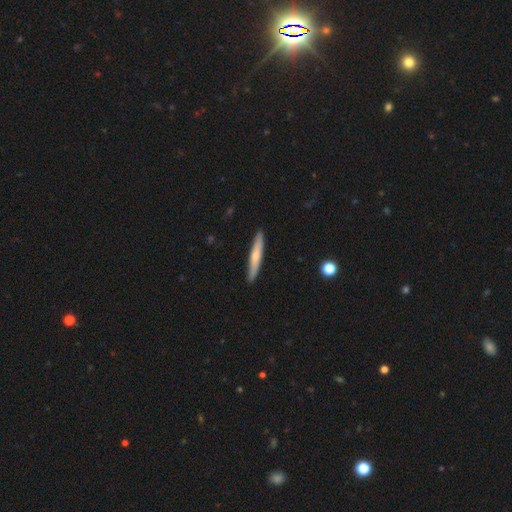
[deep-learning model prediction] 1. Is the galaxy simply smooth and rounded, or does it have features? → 58% smooth, 36% featured or disk, 5% star or artifact.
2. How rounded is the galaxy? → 95% cigar-shaped, 4% in between, 1% round.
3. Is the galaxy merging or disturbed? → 90% none, 8% minor disturbance, 1% major disturbance, 1% merger.